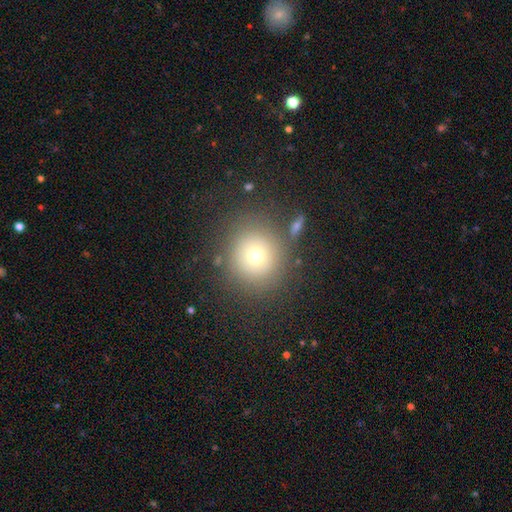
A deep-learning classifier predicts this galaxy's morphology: Smooth or featured? Predicted: smooth (p=0.68). How rounded? Predicted: round (p=0.91). Merging? Predicted: none (p=0.79).